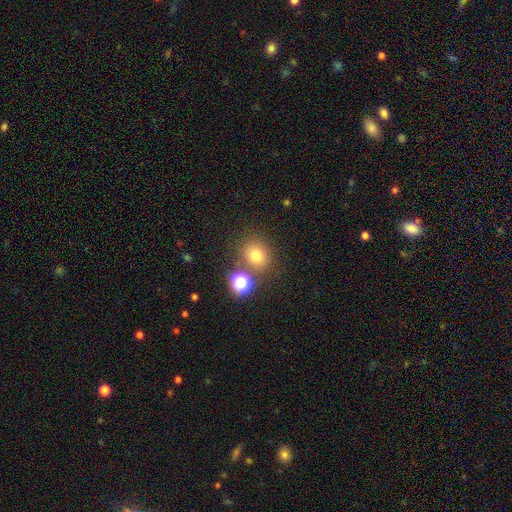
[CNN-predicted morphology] smooth_or_featured: smooth (p=0.73) [alt: star or artifact p=0.18]
how_rounded: round (p=0.76) [alt: in between p=0.23]
merging: none (p=0.74) [alt: merger p=0.13]